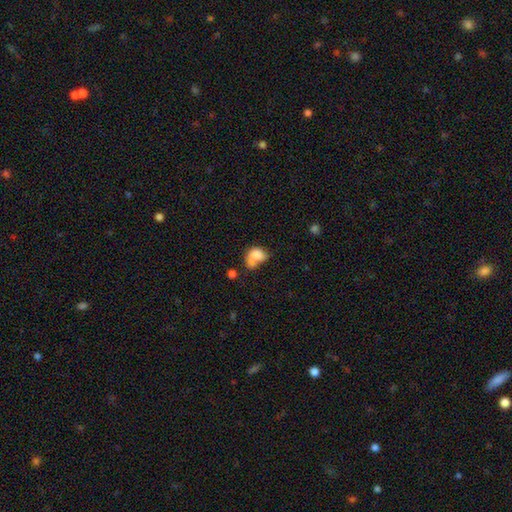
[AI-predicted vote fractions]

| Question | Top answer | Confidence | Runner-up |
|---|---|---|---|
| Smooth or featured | smooth | 69% | featured or disk (21%) |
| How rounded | in between | 73% | round (26%) |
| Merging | major disturbance | 29% | merger (26%) |